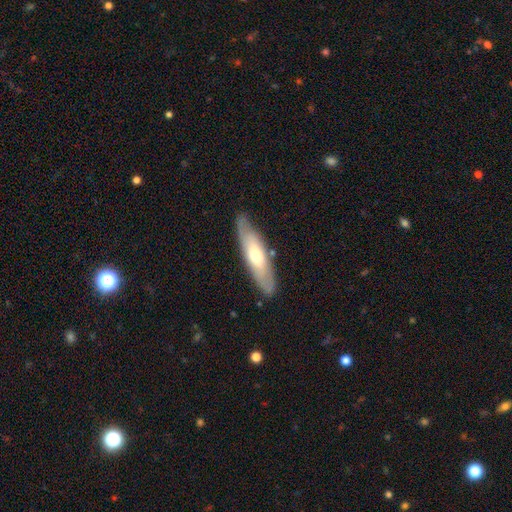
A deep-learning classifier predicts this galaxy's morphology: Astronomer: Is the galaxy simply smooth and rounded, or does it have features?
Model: featured or disk — 48% (runner-up: smooth, 46%).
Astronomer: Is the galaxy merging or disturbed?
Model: none — 81%.